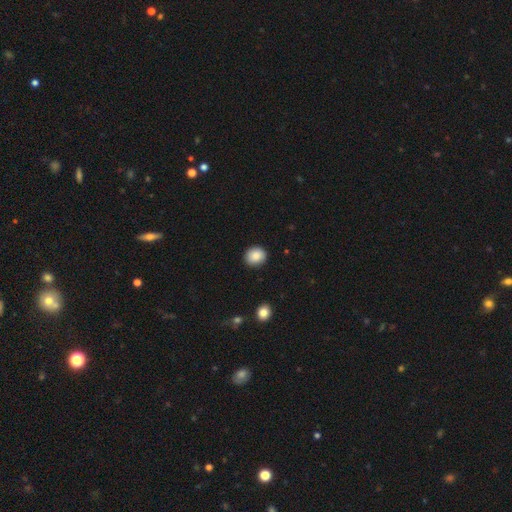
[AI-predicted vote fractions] The model was most divided on "how rounded": round: 75%, in between: 24%, cigar-shaped: 1%. More confident: merging — none (90%); smooth or featured — smooth (87%).